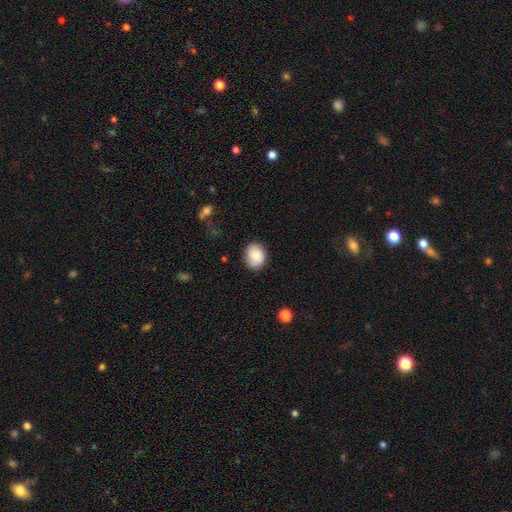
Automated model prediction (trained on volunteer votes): smooth-or-featured: smooth: 84% | featured or disk: 9% | star or artifact: 7%
  how-rounded: in between: 50% | round: 49% | cigar-shaped: 1%
  merging: none: 82% | minor disturbance: 14% | major disturbance: 3% | merger: 1%